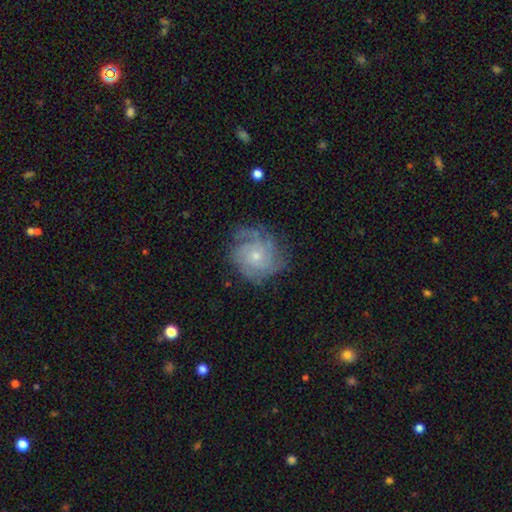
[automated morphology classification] Smooth or featured?
  - featured or disk: 79% *
  - smooth: 13%
  - star or artifact: 8%
Edge-on disk?
  - no: 98% *
  - yes: 2%
Bar?
  - no: 81% *
  - weak: 17%
  - strong: 3%
Spiral arms?
  - yes: 95% *
  - no: 5%
Spiral winding?
  - tight: 65% *
  - medium: 28%
  - loose: 7%
Spiral arm count?
  - can't tell: 31% *
  - 4: 22%
  - 3: 20%
  - 2: 11%
  - more than 4: 9%
  - 1: 7%
Bulge size?
  - small: 71% *
  - moderate: 25%
  - none: 2%
  - large: 1%
  - dominant: 1%
Merging?
  - none: 75% *
  - minor disturbance: 17%
  - major disturbance: 7%
  - merger: 1%